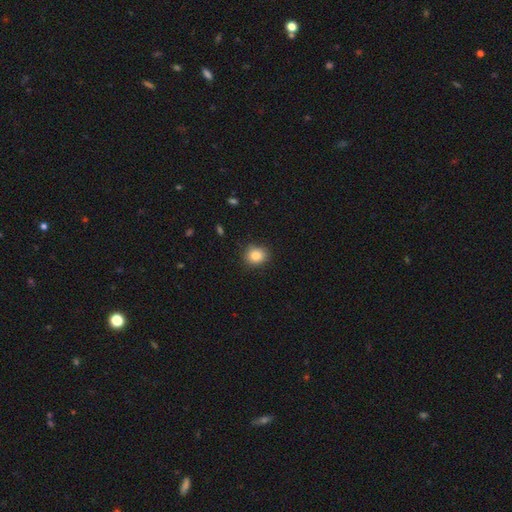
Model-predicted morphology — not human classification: smooth-or-featured: smooth: 84% | star or artifact: 10% | featured or disk: 6%
  how-rounded: round: 76% | in between: 23% | cigar-shaped: 1%
  merging: none: 86% | minor disturbance: 10% | major disturbance: 2% | merger: 1%